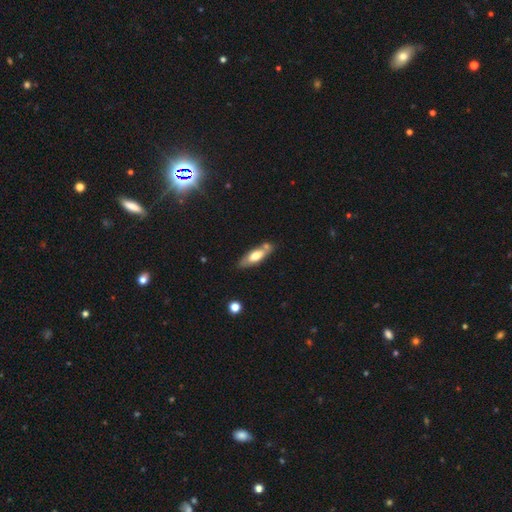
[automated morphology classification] smooth 53%, featured or disk 41%, star or artifact 6%. Down the decision tree: how rounded — in between (56%); merging — none (65%).